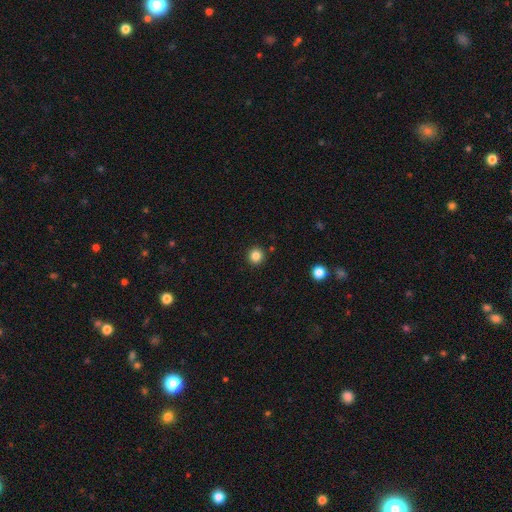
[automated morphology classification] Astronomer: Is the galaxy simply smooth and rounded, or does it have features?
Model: smooth — 84%.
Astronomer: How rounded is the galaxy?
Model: round — 95%.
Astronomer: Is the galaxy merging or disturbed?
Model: none — 92%.